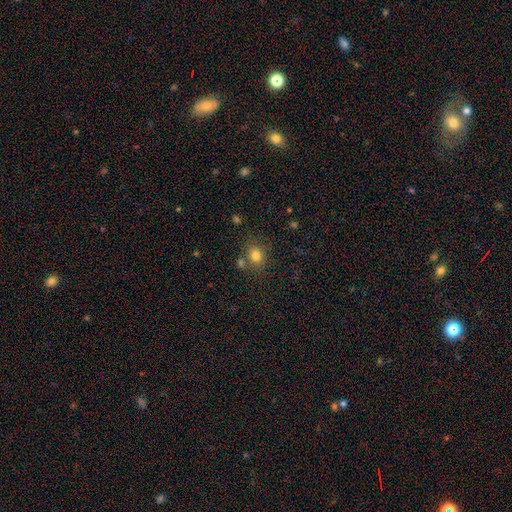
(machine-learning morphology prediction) Overall: smooth (80%). How rounded: round (73%). Merging: none (69%).